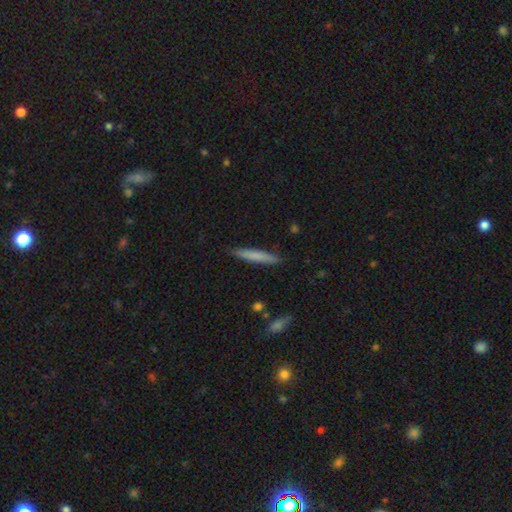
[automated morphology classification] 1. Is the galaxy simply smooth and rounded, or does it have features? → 75% smooth, 19% featured or disk, 6% star or artifact.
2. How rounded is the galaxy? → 94% cigar-shaped, 4% in between, 1% round.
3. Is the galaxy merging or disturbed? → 89% none, 8% minor disturbance, 2% major disturbance, 1% merger.